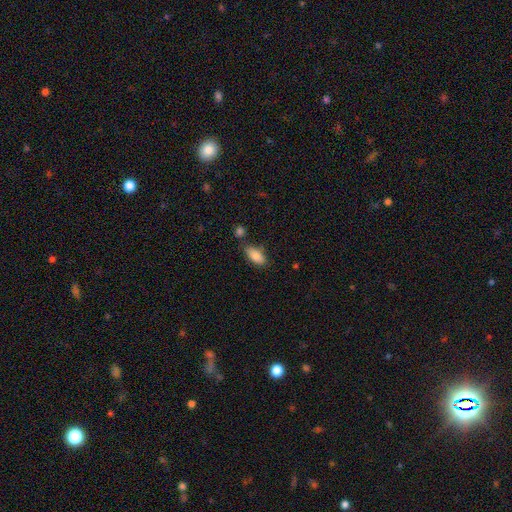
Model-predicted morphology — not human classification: A smooth galaxy with no disk features (85%) that is in between round and cigar-shaped (88%). Merging: none (69%).